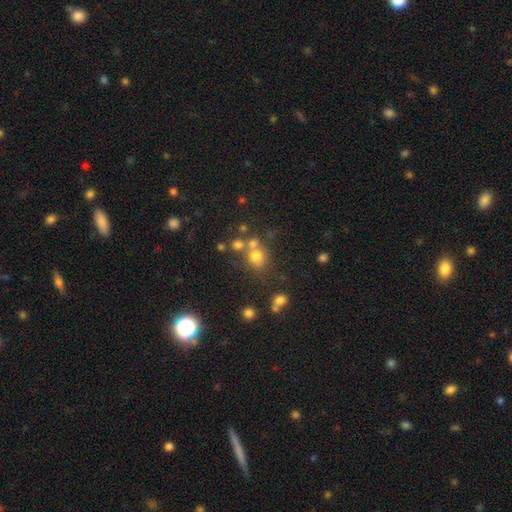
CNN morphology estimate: This is likely a smooth galaxy (66%). How rounded: likely round (78%). Merging: possibly none (51%).